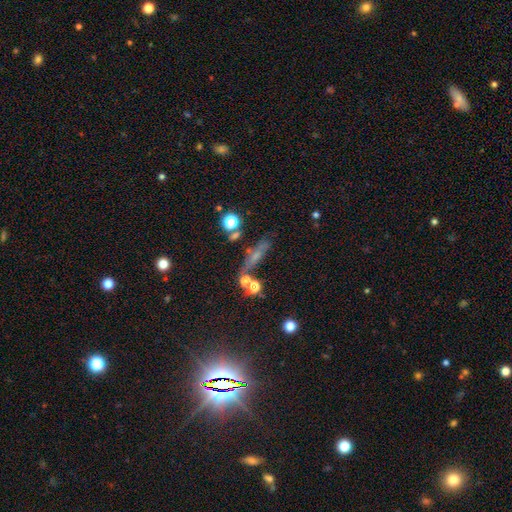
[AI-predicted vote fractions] This appears to be a smooth galaxy with no disk features (46%). Merging: none (62%).